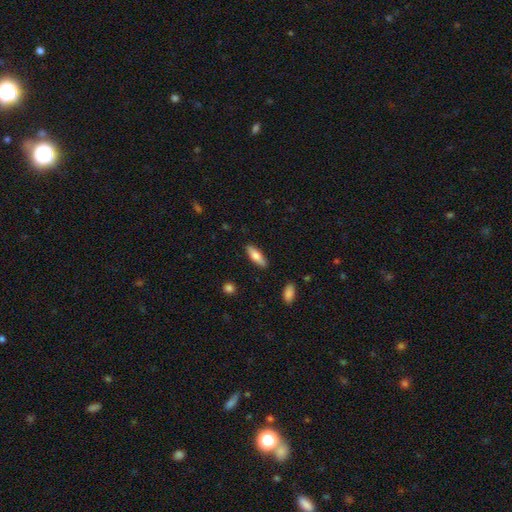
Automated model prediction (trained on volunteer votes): A smooth galaxy with no disk features (70%) that is in between round and cigar-shaped (55%). Merging: none (87%).